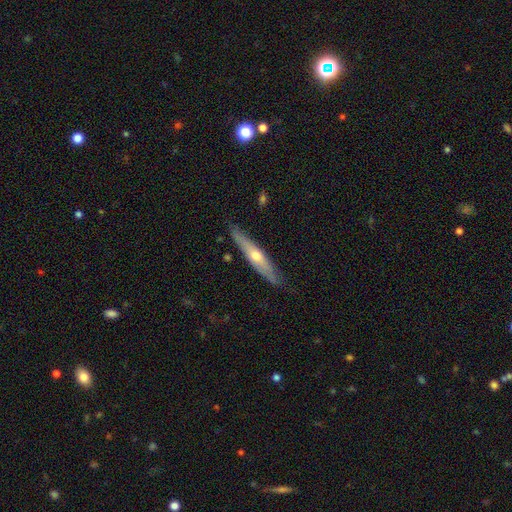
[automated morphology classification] The model was most divided on "smooth or featured": featured or disk: 60%, smooth: 34%, star or artifact: 6%. More confident: edge-on disk — yes (88%); merging — none (85%); edge-on bulge — rounded (84%).